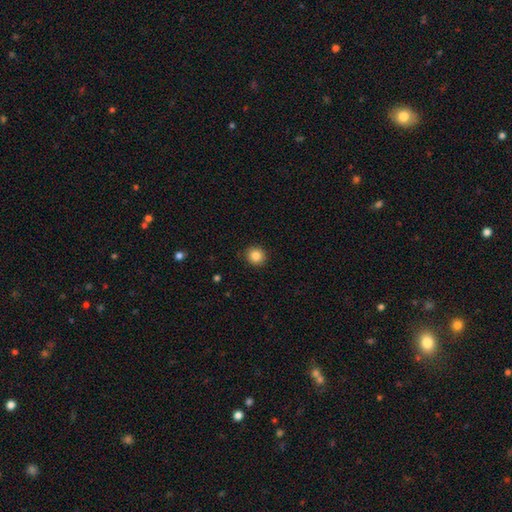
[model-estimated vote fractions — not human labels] Overall: smooth (85%). How rounded: round (92%). Merging: none (91%).